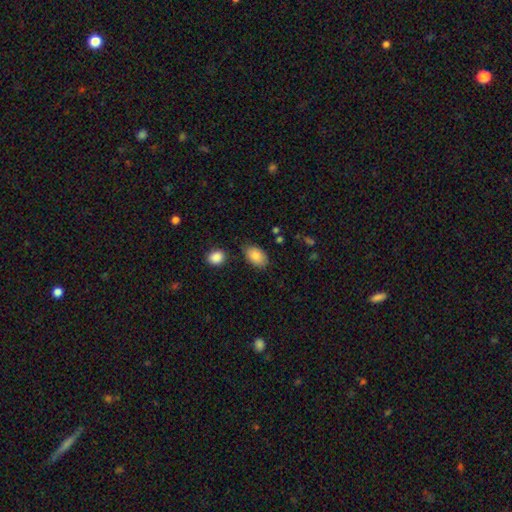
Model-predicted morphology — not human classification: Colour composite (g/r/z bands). It shows a smooth galaxy with no disk features (86%) that is in between round and cigar-shaped (90%). Merging: none (76%).